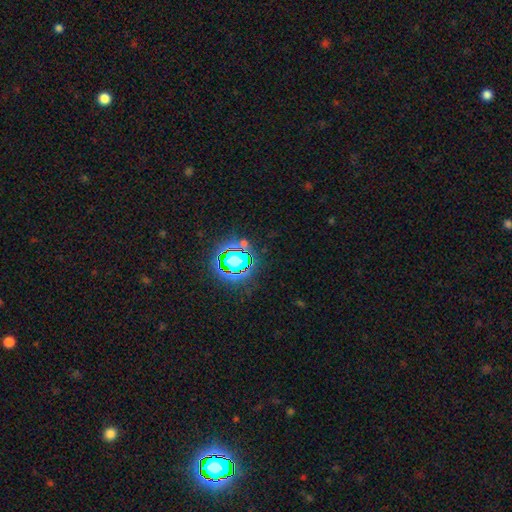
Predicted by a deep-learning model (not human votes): The model was most divided on "smooth or featured": star or artifact: 80%, smooth: 13%, featured or disk: 7%.